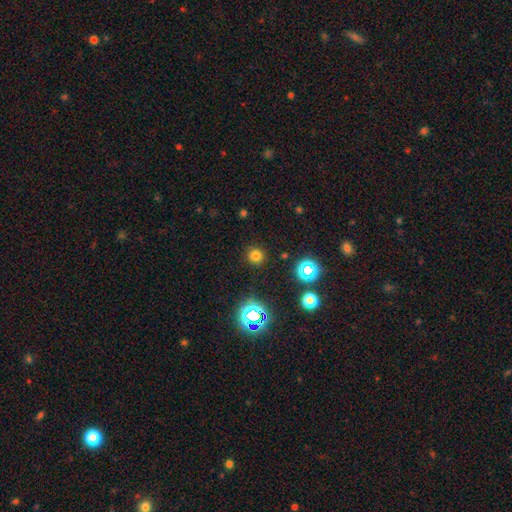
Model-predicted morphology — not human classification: smooth 72%, star or artifact 23%, featured or disk 5%. Down the decision tree: how rounded — round (93%); merging — none (89%).